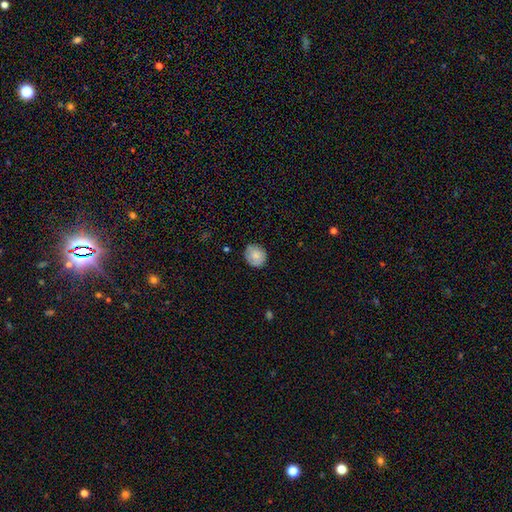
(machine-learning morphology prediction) This appears to be a smooth galaxy with no disk features (80%) that is round (76%). Merging: none (81%).